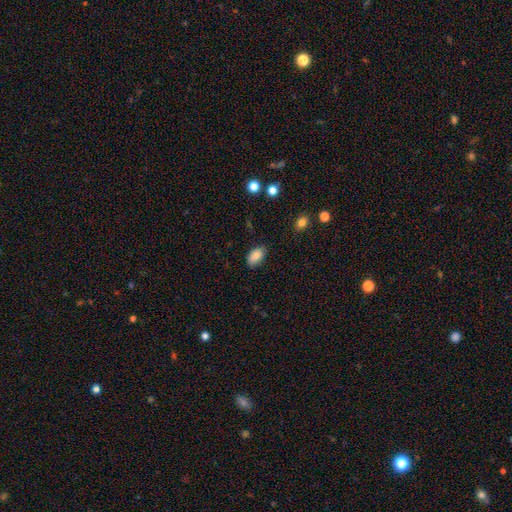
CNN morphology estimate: Q: Smooth or featured?
A: smooth (86%); runner-up: star or artifact (8%)
Q: How rounded?
A: in between (93%); runner-up: round (5%)
Q: Merging?
A: none (81%); runner-up: minor disturbance (15%)